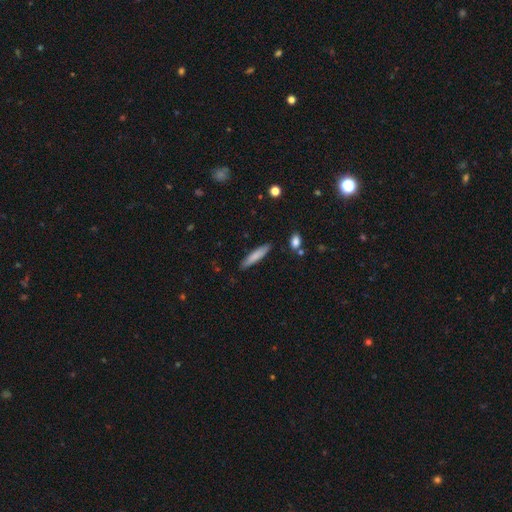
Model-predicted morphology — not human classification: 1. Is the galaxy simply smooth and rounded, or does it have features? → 77% smooth, 17% featured or disk, 6% star or artifact.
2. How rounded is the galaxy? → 86% cigar-shaped, 13% in between, 1% round.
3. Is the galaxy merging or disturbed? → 87% none, 10% minor disturbance, 2% merger, 2% major disturbance.